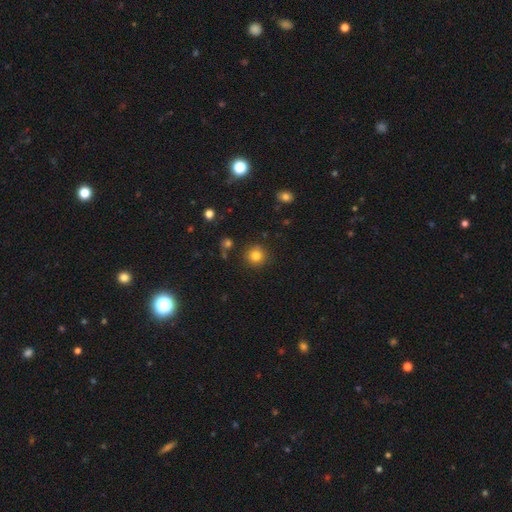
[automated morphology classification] A smooth galaxy with no disk features (82%) that is round (93%). Merging: none (87%).